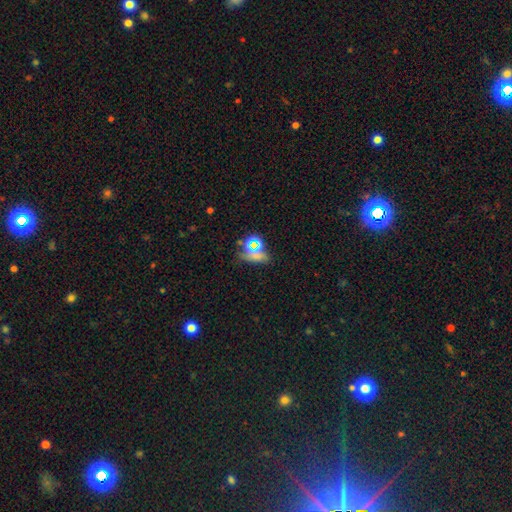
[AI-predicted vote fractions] smooth_or_featured: smooth (p=0.46) [alt: star or artifact p=0.40]
merging: none (p=0.53) [alt: minor disturbance p=0.18]